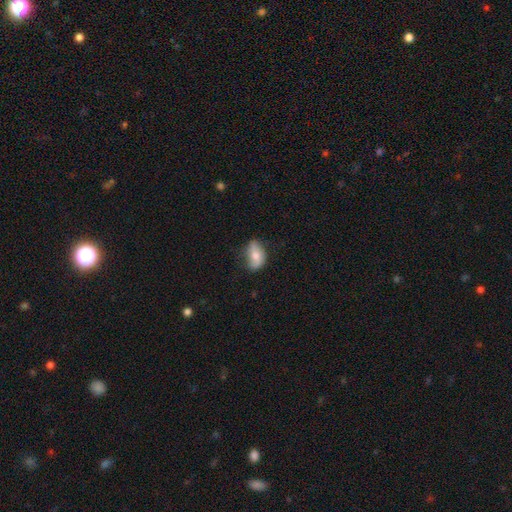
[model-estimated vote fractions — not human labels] This is likely a smooth galaxy (66%). How rounded: clearly in between (87%). Merging: likely none (61%).